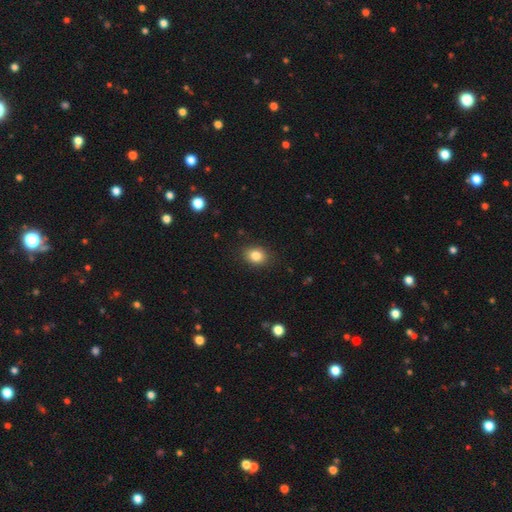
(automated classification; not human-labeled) smooth_or_featured: smooth (p=0.83) [alt: star or artifact p=0.10]
how_rounded: in between (p=0.54) [alt: round p=0.45]
merging: none (p=0.87) [alt: minor disturbance p=0.09]